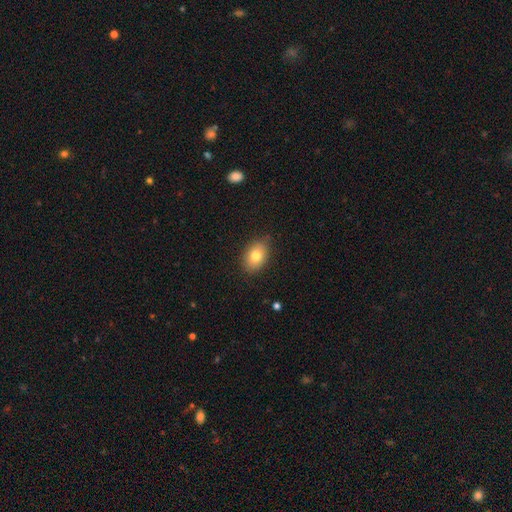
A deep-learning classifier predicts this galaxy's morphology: type=smooth (78%); roundness=in between (75%); merging=none (83%).